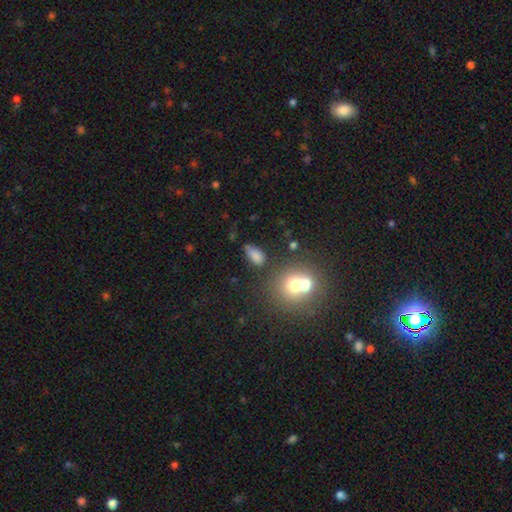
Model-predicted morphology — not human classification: smooth_or_featured: smooth (p=0.77) [alt: star or artifact p=0.14]
how_rounded: in between (p=0.85) [alt: round p=0.08]
merging: none (p=0.62) [alt: minor disturbance p=0.19]